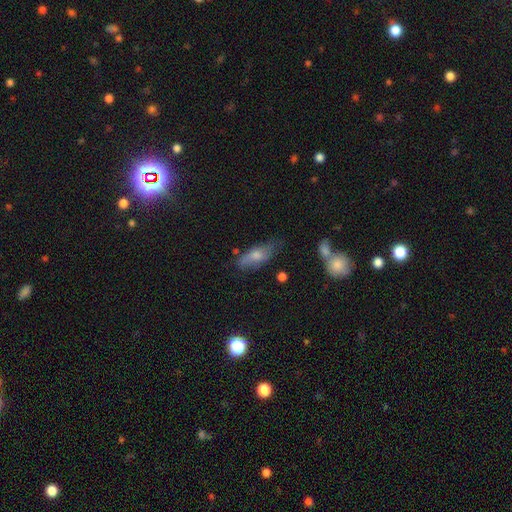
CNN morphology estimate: Q: Smooth or featured?
A: smooth (63%); runner-up: featured or disk (29%)
Q: How rounded?
A: in between (67%); runner-up: cigar-shaped (30%)
Q: Merging?
A: none (59%); runner-up: minor disturbance (28%)